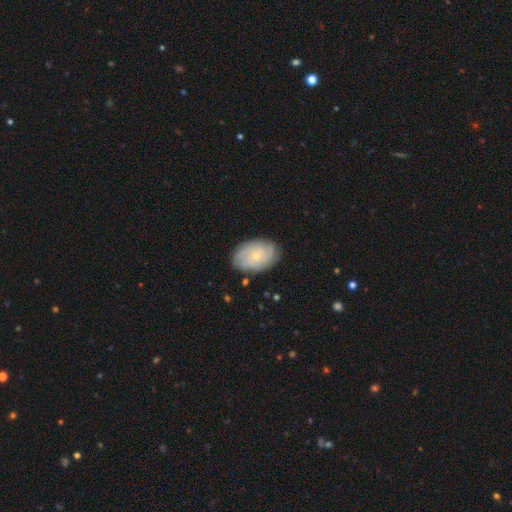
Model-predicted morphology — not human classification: Smooth or featured? Predicted: featured or disk (p=0.63). Edge-on disk? Predicted: no (p=0.96). Bar? Predicted: no (p=0.82). Spiral arms? Predicted: yes (p=0.90). Spiral winding? Predicted: tight (p=0.65). Spiral arm count? Predicted: can't tell (p=0.39). Bulge size? Predicted: small (p=0.77). Merging? Predicted: none (p=0.82).